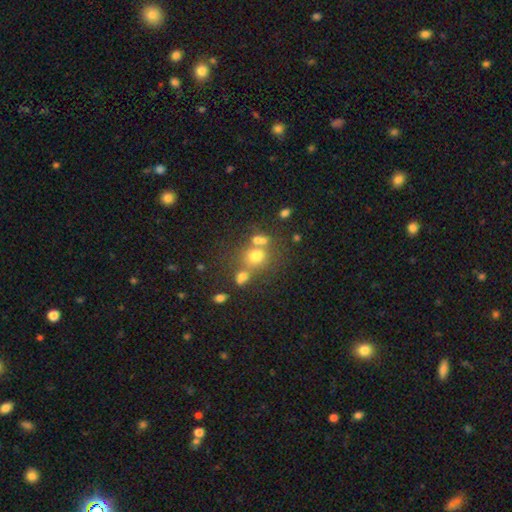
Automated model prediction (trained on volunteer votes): This is likely a smooth galaxy (66%). How rounded: likely round (76%). Merging: possibly none (48%).